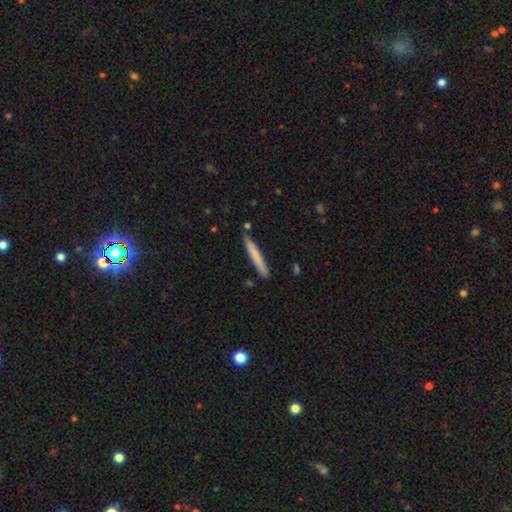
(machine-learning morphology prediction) This appears to be a smooth galaxy with no disk features (72%) that is cigar-shaped (96%). Merging: none (86%).